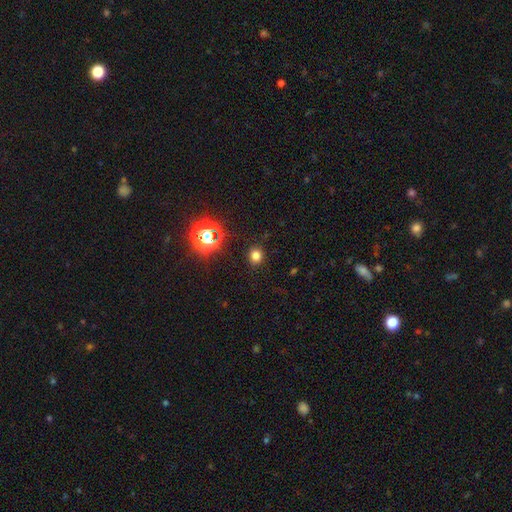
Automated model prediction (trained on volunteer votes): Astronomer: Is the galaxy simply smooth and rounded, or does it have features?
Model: smooth — 75%.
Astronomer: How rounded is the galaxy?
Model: round — 77%.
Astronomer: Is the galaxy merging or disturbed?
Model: none — 88%.